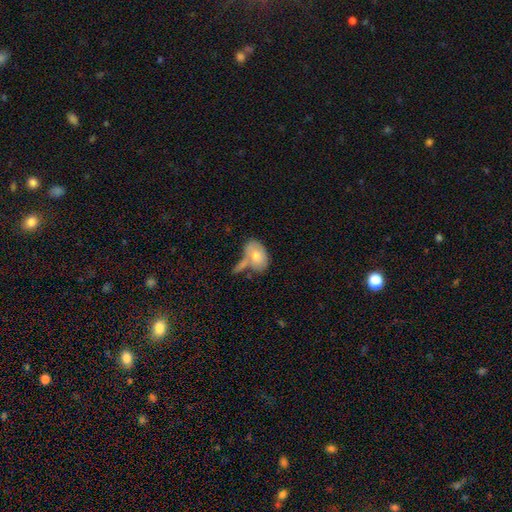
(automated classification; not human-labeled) This appears to be a smooth galaxy with no disk features (65%) that is in between round and cigar-shaped (85%). Merging: none (36%).